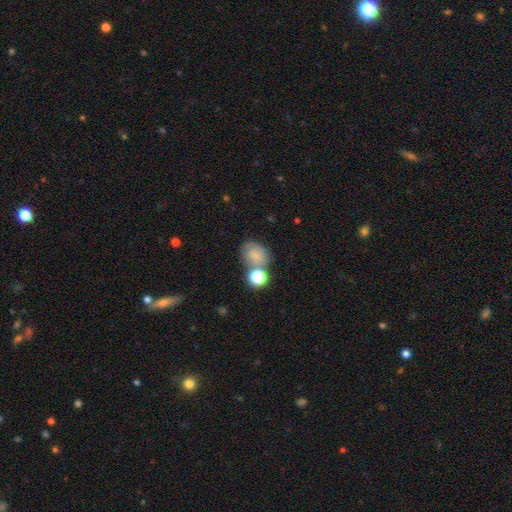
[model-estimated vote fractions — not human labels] Overall: smooth (71%). How rounded: in between (52%; round 47%). Merging: none (50%; merger 23%).